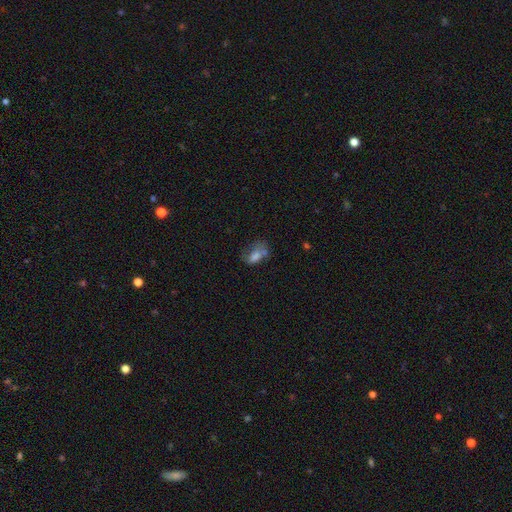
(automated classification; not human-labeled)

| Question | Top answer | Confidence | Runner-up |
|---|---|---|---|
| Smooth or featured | smooth | 58% | featured or disk (27%) |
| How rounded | in between | 80% | round (16%) |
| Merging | none | 33% | major disturbance (25%) |